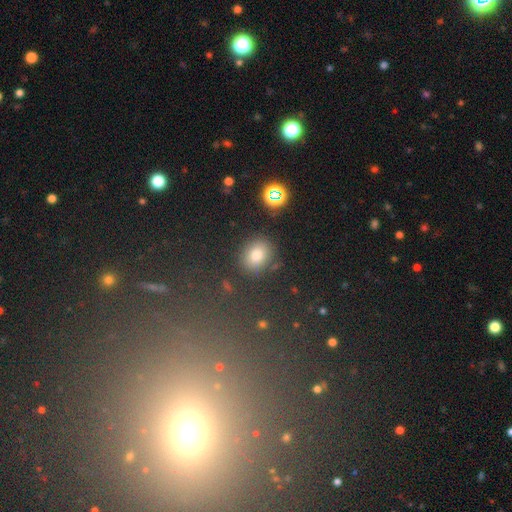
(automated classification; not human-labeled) Q: Smooth or featured?
A: smooth (74%); runner-up: star or artifact (17%)
Q: How rounded?
A: round (58%); runner-up: in between (40%)
Q: Merging?
A: none (82%); runner-up: minor disturbance (10%)